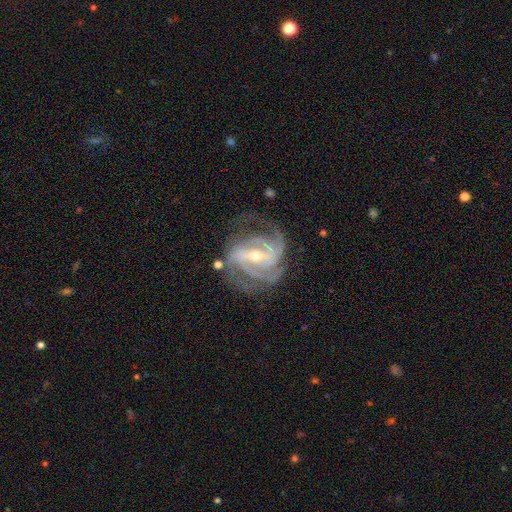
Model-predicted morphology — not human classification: smooth-or-featured: featured or disk: 92% | star or artifact: 5% | smooth: 3%
  disk-edge-on: no: 97% | yes: 3%
    bar: strong: 47% | weak: 37% | no: 15%
    has-spiral-arms: yes: 98% | no: 2%
      spiral-winding: tight: 55% | medium: 39% | loose: 6%
      spiral-arm-count: 3: 45% | 4: 26% | 2: 12% | can't tell: 9% | more than 4: 4% | 1: 4%
    bulge-size: small: 50% | moderate: 46% | large: 2% | none: 1% | dominant: 1%
  merging: none: 69% | minor disturbance: 18% | major disturbance: 11% | merger: 2%